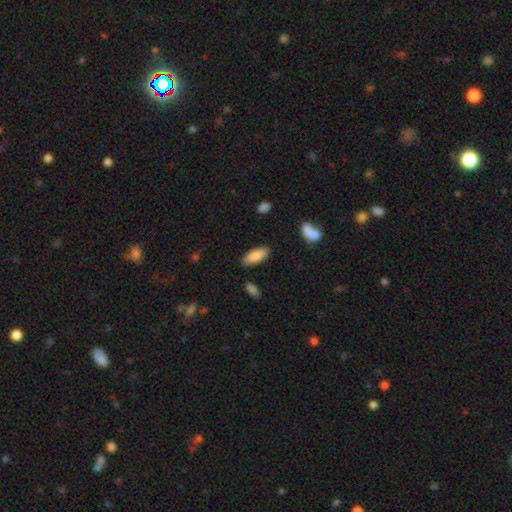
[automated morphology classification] This is clearly a smooth galaxy (87%). How rounded: likely in between (76%). Merging: clearly none (85%).